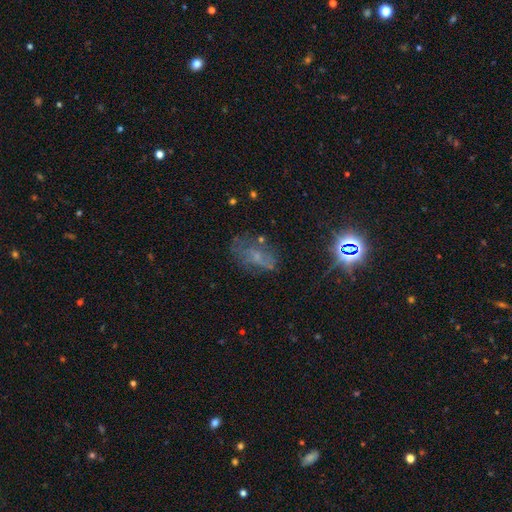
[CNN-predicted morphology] A featured or disk galaxy (37%). Merging: none (52%).